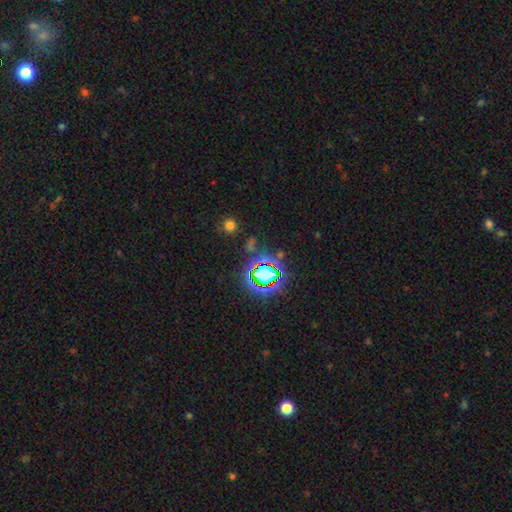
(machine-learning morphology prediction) A star or artifact, not a galaxy (78%).

Vote fractions:
- Smooth or featured? star or artifact: 78% / smooth: 14% / featured or disk: 8%